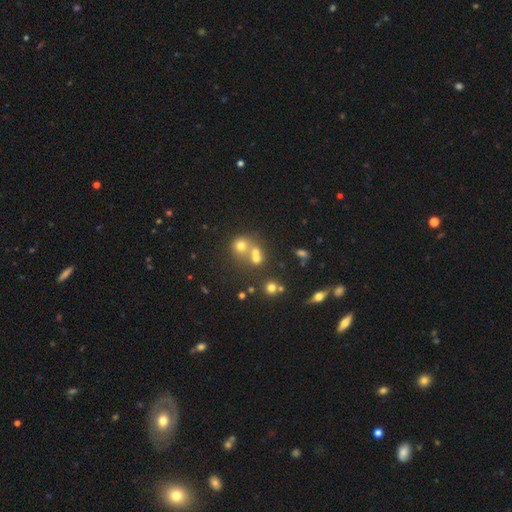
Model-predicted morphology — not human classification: This appears to be a smooth galaxy with no disk features (61%) that is round (76%). Merging: merger (48%).